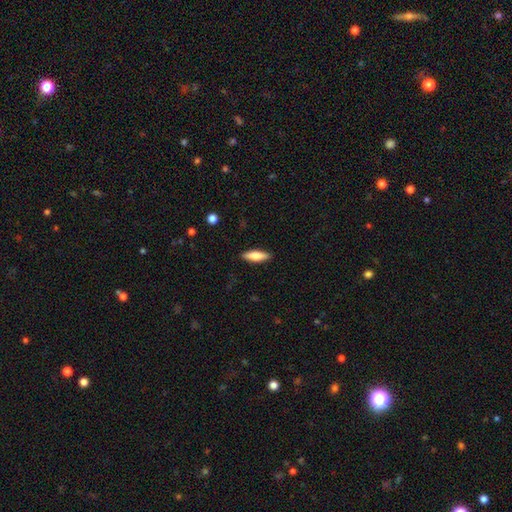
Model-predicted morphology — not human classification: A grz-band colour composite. It shows a smooth galaxy with no disk features (76%) that is cigar-shaped (52%). Merging: none (89%).